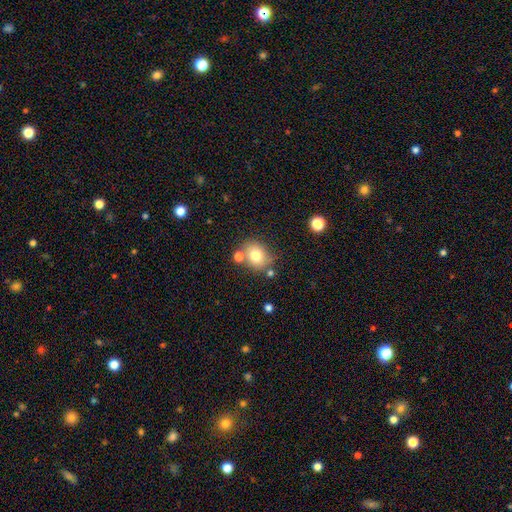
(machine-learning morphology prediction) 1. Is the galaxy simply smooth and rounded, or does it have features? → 74% smooth, 14% featured or disk, 12% star or artifact.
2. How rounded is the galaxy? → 61% round, 38% in between, 1% cigar-shaped.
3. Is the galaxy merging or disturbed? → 68% none, 15% merger, 14% minor disturbance, 4% major disturbance.